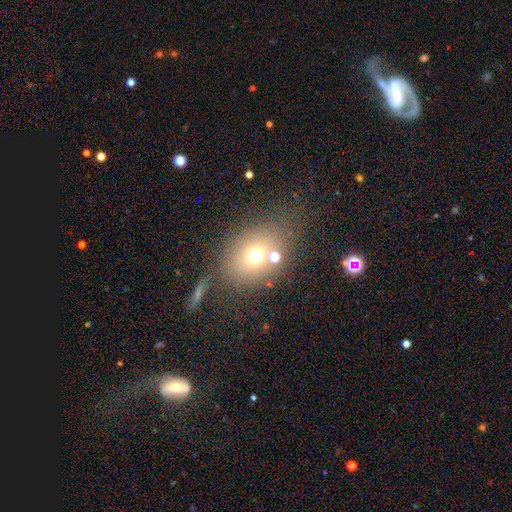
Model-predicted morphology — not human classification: A smooth galaxy with no disk features (64%) that is round (50%).

Vote fractions:
- Smooth or featured? smooth: 64% / star or artifact: 18% / featured or disk: 17%
- How rounded? round: 50% / in between: 48% / cigar-shaped: 1%
- Merging? none: 60% / merger: 16% / minor disturbance: 14% / major disturbance: 9%